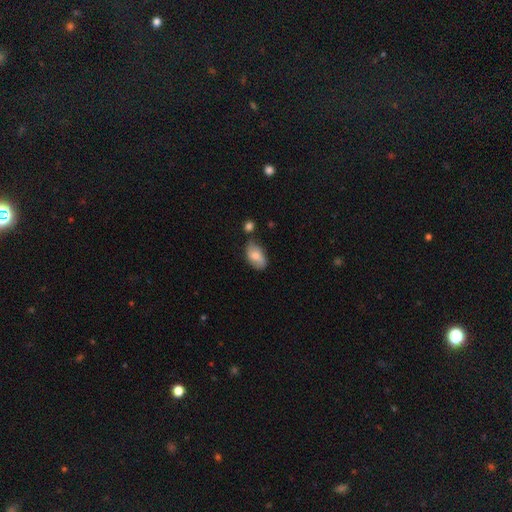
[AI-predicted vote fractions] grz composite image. It shows a smooth galaxy with no disk features (72%) that is in between round and cigar-shaped (92%). Merging: none (65%).